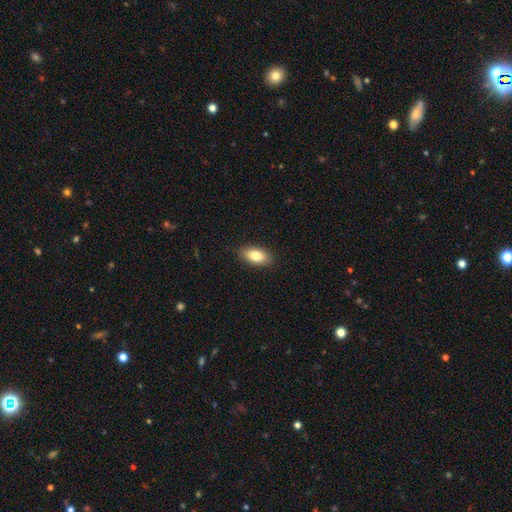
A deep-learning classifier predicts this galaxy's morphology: A smooth galaxy with no disk features (82%) that is in between round and cigar-shaped (90%).

Vote fractions:
- Smooth or featured? smooth: 82% / featured or disk: 11% / star or artifact: 7%
- How rounded? in between: 90% / cigar-shaped: 6% / round: 4%
- Merging? none: 89% / minor disturbance: 8% / major disturbance: 2% / merger: 1%